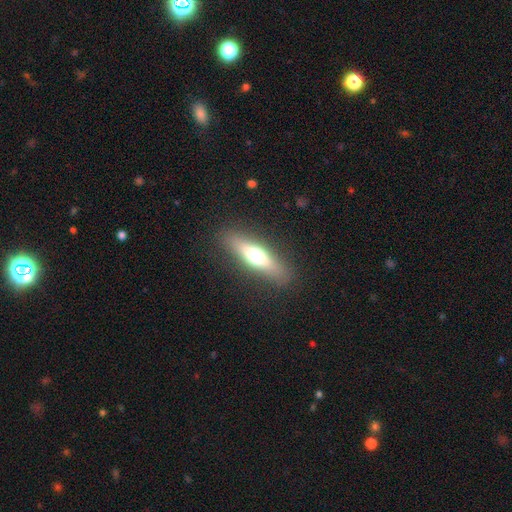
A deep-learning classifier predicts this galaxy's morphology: type=smooth (50%); roundness=cigar-shaped (65%); merging=none (87%).